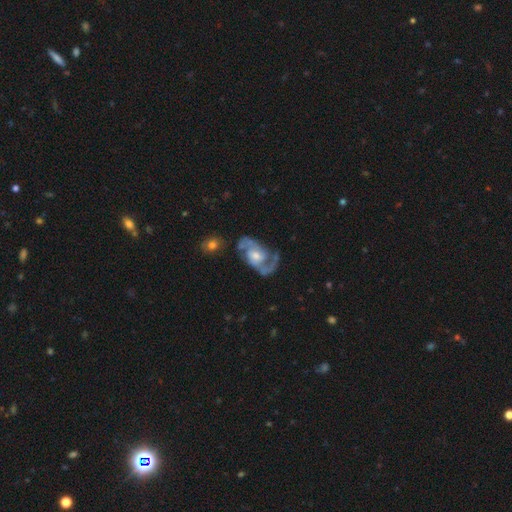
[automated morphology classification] Overall: featured or disk (89%). Edge-on disk: no (97%). Bar: no (49%; weak 40%). Spiral arms: yes (96%). Spiral arm count: 2 (87%). Spiral winding: medium (55%; loose 24%). Bulge size: moderate (52%; small 37%). Merging: none (65%).